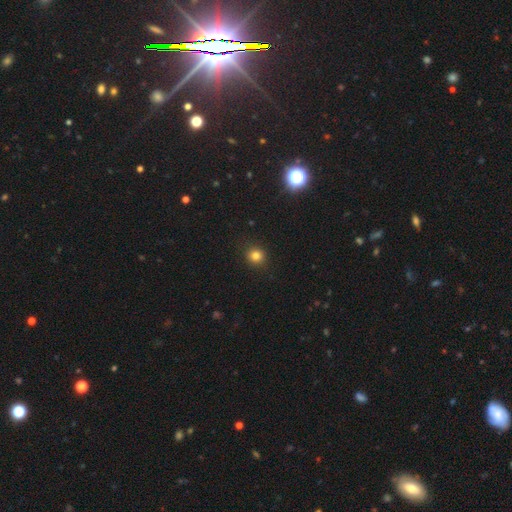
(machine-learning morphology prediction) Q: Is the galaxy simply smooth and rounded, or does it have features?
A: smooth — 81%.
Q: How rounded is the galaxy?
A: round — 88%.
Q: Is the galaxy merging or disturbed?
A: none — 90%.